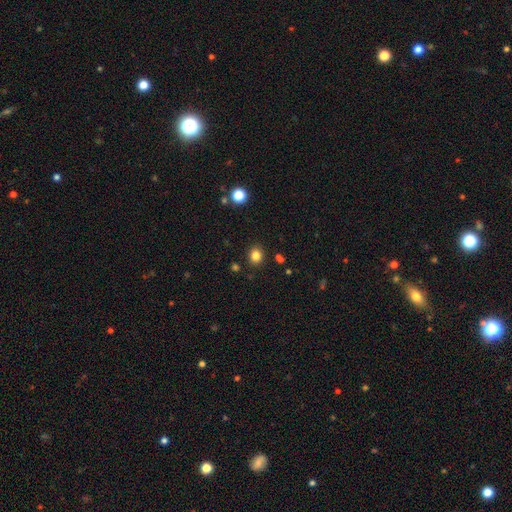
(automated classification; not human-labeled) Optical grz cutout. It shows a smooth galaxy with no disk features (82%) that is round (73%). Merging: none (88%).